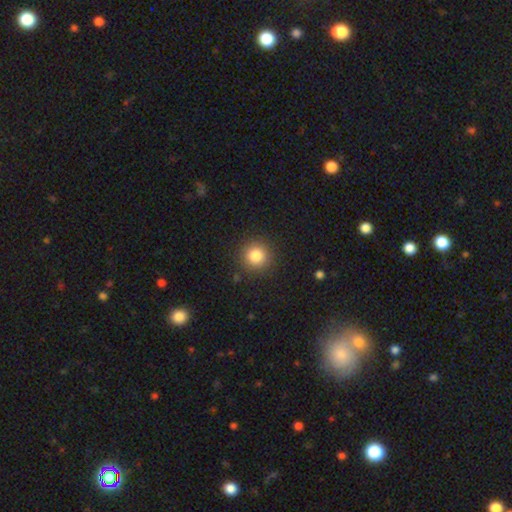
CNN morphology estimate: The model was most divided on "smooth or featured": smooth: 83%, star or artifact: 11%, featured or disk: 6%. More confident: how rounded — round (94%); merging — none (90%).